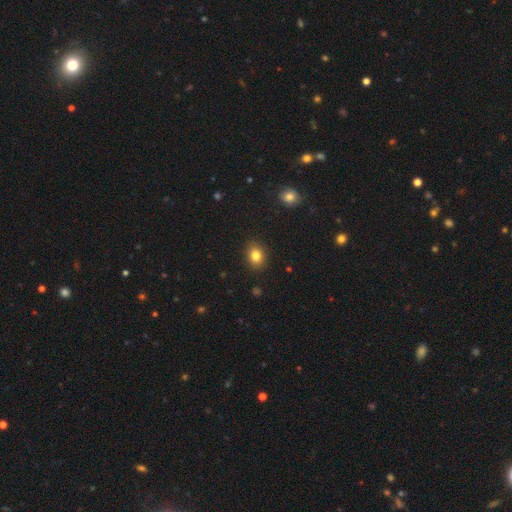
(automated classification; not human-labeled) smooth-or-featured: smooth: 83% | star or artifact: 11% | featured or disk: 6%
  how-rounded: round: 52% | in between: 47% | cigar-shaped: 1%
  merging: none: 89% | minor disturbance: 8% | major disturbance: 2% | merger: 1%